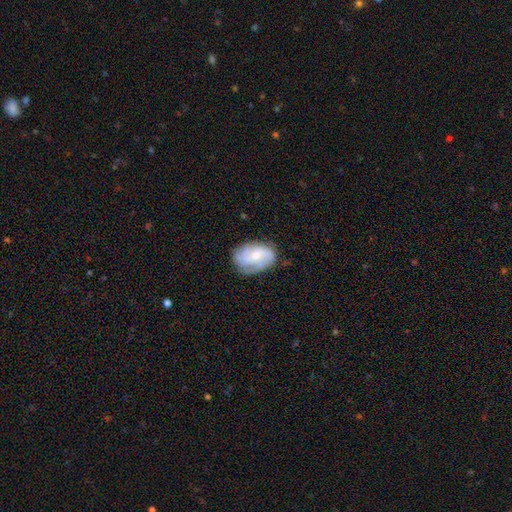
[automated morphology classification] type=featured or disk (54%); edge-on=no (97%); bar=no (62%); spiral arms=yes (84%); bulge=small (53%); merging=none (67%).